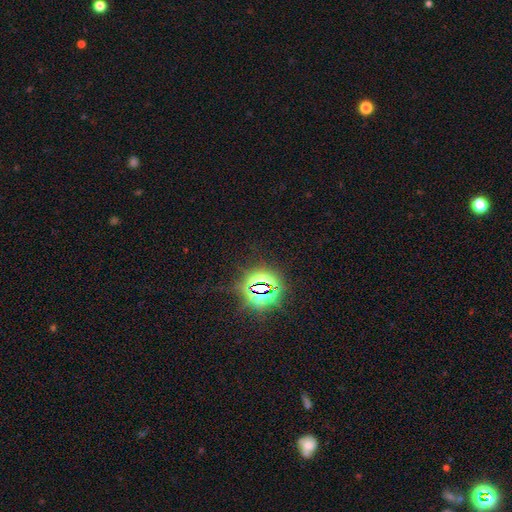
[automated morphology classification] Smooth or featured? star or artifact (83%)